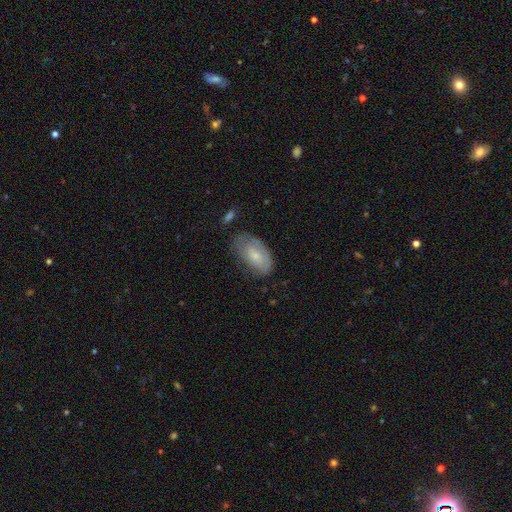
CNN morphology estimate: Smooth or featured? Predicted: smooth (p=0.66). How rounded? Predicted: in between (p=0.93). Merging? Predicted: none (p=0.54).